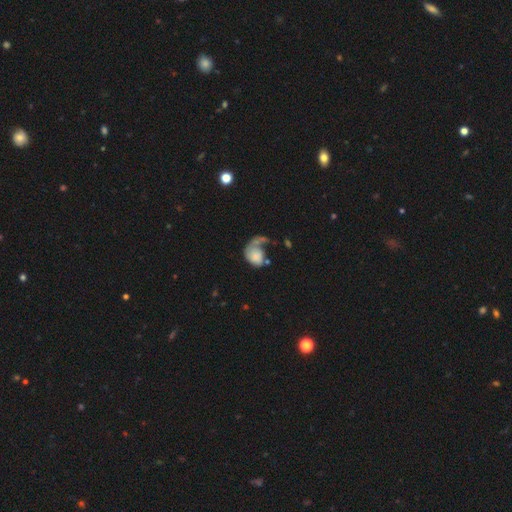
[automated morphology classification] Smooth or featured? smooth (48%)
Merging? major disturbance (49%)